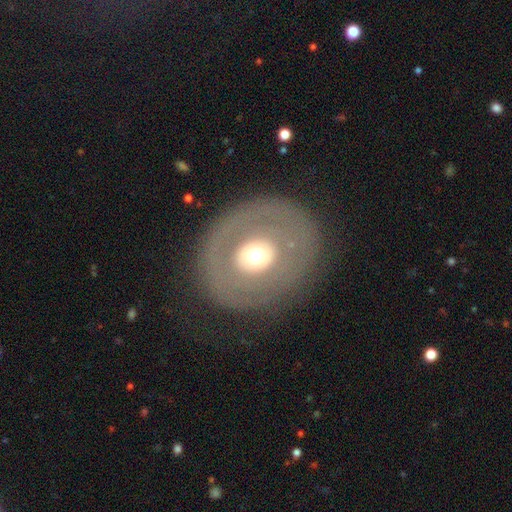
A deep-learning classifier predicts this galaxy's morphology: The model was most divided on "smooth or featured": featured or disk: 49%, smooth: 43%, star or artifact: 8%. More confident: merging — none (80%).